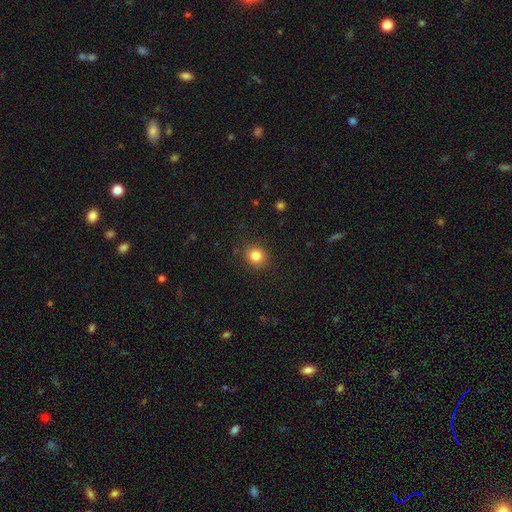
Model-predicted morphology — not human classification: Q: Smooth or featured?
A: smooth (83%); runner-up: star or artifact (11%)
Q: How rounded?
A: round (82%); runner-up: in between (17%)
Q: Merging?
A: none (88%); runner-up: minor disturbance (8%)